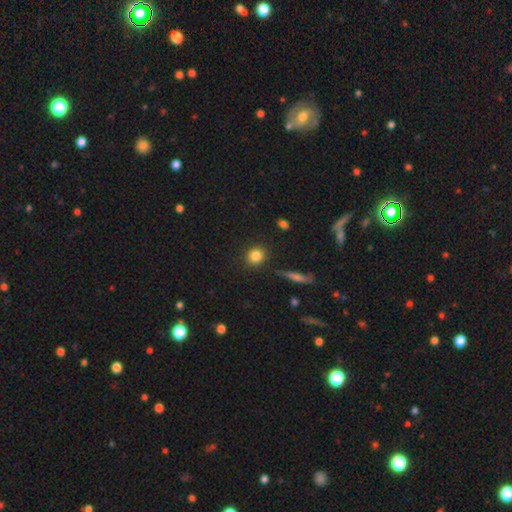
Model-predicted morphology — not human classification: A smooth galaxy with no disk features (84%) that is round (85%).

Vote fractions:
- Smooth or featured? smooth: 84% / star or artifact: 10% / featured or disk: 6%
- How rounded? round: 85% / in between: 13% / cigar-shaped: 2%
- Merging? none: 87% / minor disturbance: 8% / merger: 3% / major disturbance: 3%